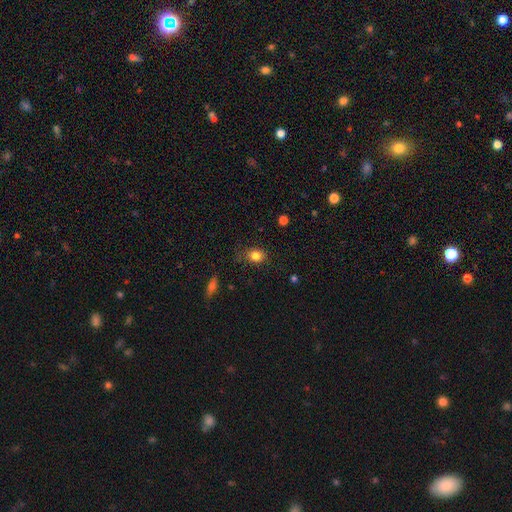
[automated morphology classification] This is clearly a smooth galaxy (83%). How rounded: possibly in between (50%). Merging: likely none (74%).